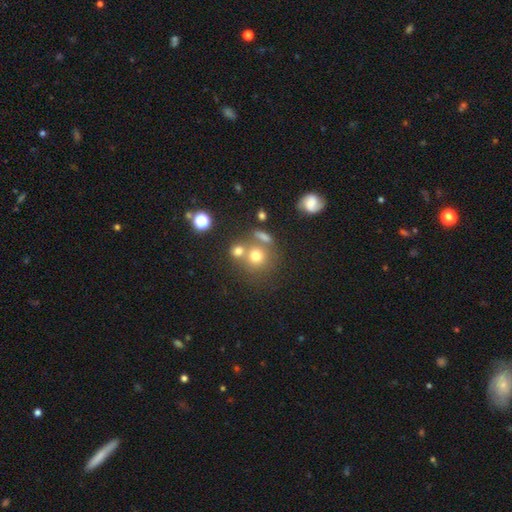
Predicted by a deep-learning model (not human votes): The model was most divided on "merging": none: 55%, merger: 30%, minor disturbance: 10%, major disturbance: 5%. More confident: how rounded — round (87%); smooth or featured — smooth (70%).